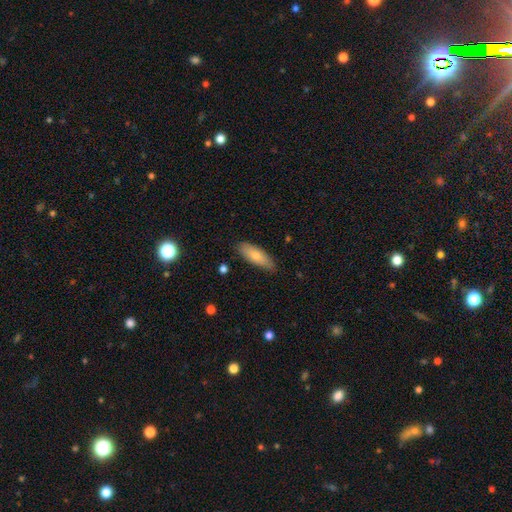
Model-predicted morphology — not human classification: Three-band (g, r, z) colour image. It shows a smooth galaxy with no disk features (75%) that is in between round and cigar-shaped (68%). Merging: none (79%).